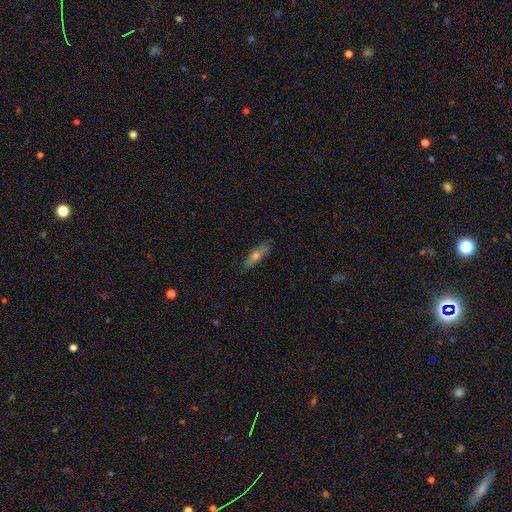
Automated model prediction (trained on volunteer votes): A smooth galaxy with no disk features (53%) that is cigar-shaped (65%). Merging: none (85%).